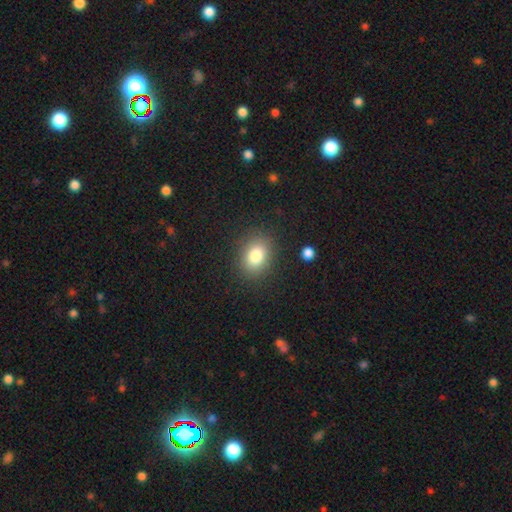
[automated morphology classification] The model was most divided on "how rounded": in between: 62%, round: 37%, cigar-shaped: 1%. More confident: merging — none (86%); smooth or featured — smooth (81%).